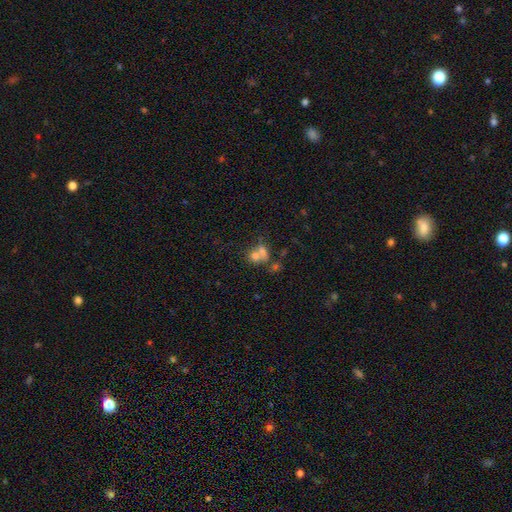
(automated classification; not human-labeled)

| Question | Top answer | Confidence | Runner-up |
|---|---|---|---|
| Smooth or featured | smooth | 54% | star or artifact (25%) |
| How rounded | round | 69% | in between (29%) |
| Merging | merger | 51% | none (35%) |